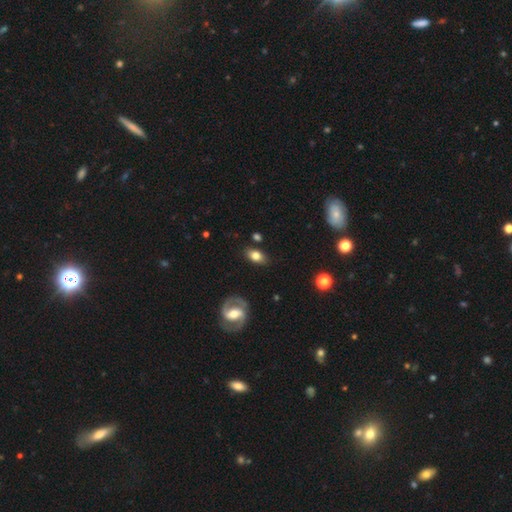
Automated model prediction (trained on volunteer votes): A smooth galaxy with no disk features (71%) that is in between round and cigar-shaped (85%).

Vote fractions:
- Smooth or featured? smooth: 71% / featured or disk: 21% / star or artifact: 8%
- How rounded? in between: 85% / round: 12% / cigar-shaped: 3%
- Merging? none: 80% / minor disturbance: 13% / major disturbance: 4% / merger: 3%